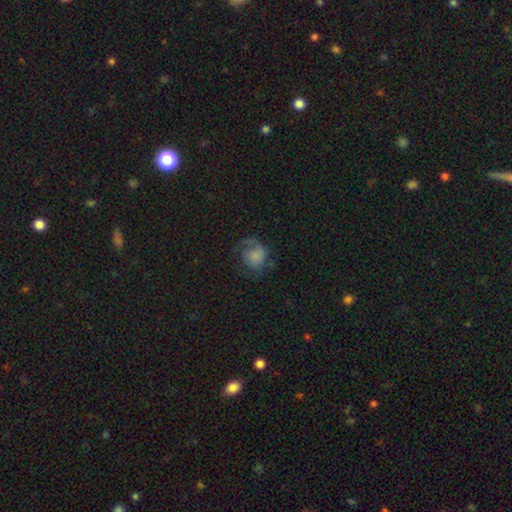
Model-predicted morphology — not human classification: smooth-or-featured: featured or disk: 47% | smooth: 44% | star or artifact: 10%
  merging: none: 47% | major disturbance: 28% | minor disturbance: 22% | merger: 2%